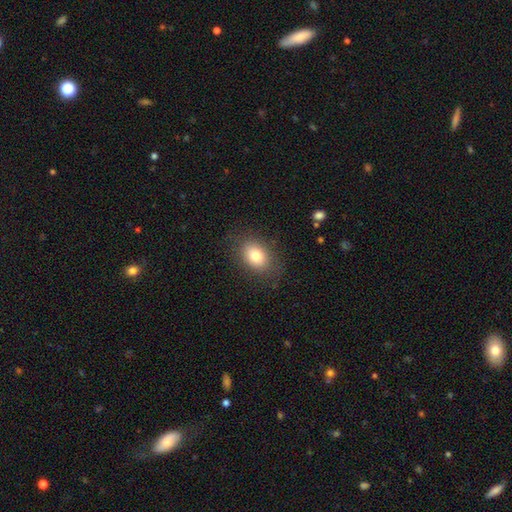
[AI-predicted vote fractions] A smooth galaxy with no disk features (79%) that is in between round and cigar-shaped (73%).

Vote fractions:
- Smooth or featured? smooth: 79% / featured or disk: 11% / star or artifact: 10%
- How rounded? in between: 73% / round: 26% / cigar-shaped: 1%
- Merging? none: 84% / minor disturbance: 11% / major disturbance: 4% / merger: 1%